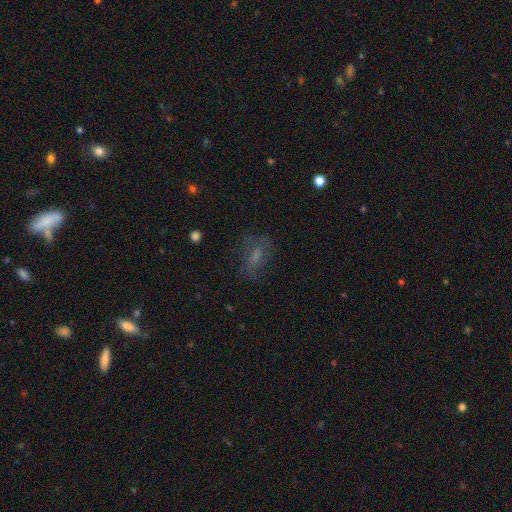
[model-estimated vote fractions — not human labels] Smooth or featured? Predicted: smooth (p=0.51). How rounded? Predicted: in between (p=0.76). Merging? Predicted: none (p=0.62).